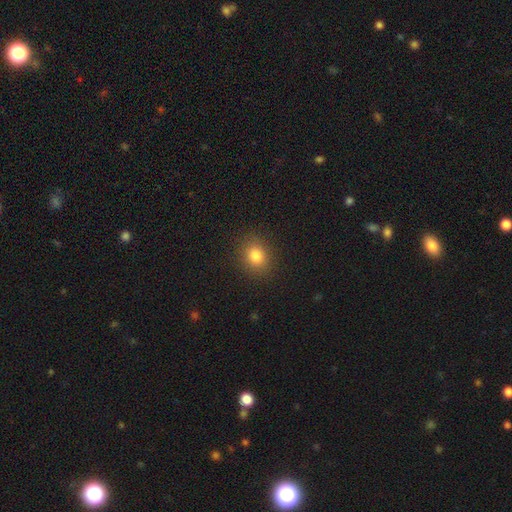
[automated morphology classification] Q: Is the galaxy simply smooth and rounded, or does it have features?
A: smooth — 82%.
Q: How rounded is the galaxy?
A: round — 60%.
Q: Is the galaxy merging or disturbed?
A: none — 88%.